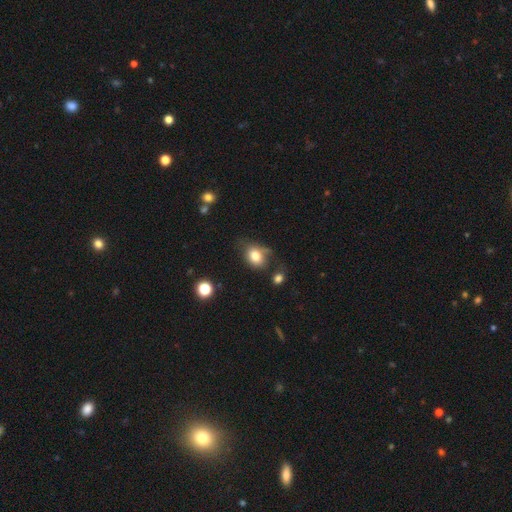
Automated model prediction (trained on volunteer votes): The model was most divided on "merging": none: 50%, minor disturbance: 28%, major disturbance: 14%, merger: 7%. More confident: smooth or featured — smooth (79%); how rounded — in between (63%).